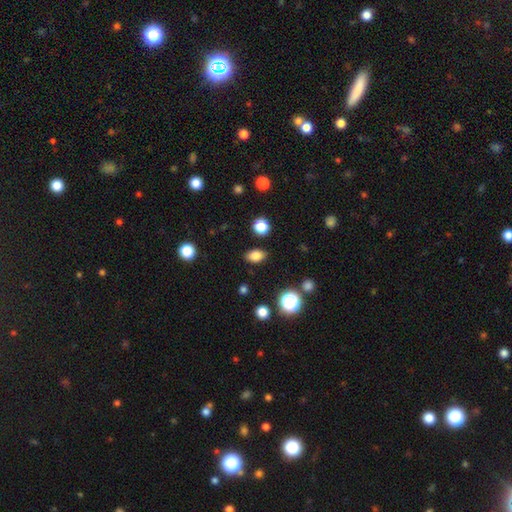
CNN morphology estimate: A smooth galaxy with no disk features (82%) that is in between round and cigar-shaped (80%). Merging: none (86%).